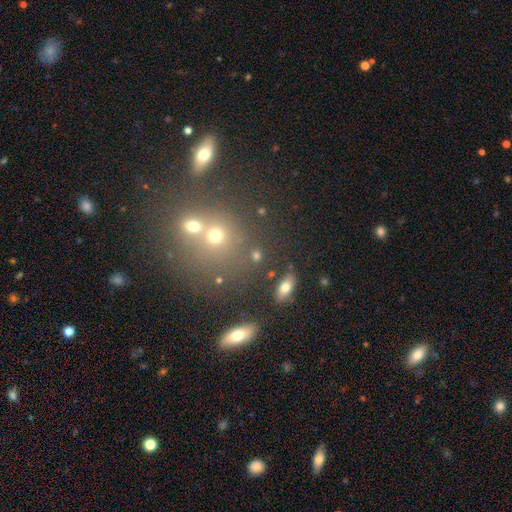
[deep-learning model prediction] Smooth or featured? smooth (59%)
How rounded? in between (53%)
Merging? none (67%)